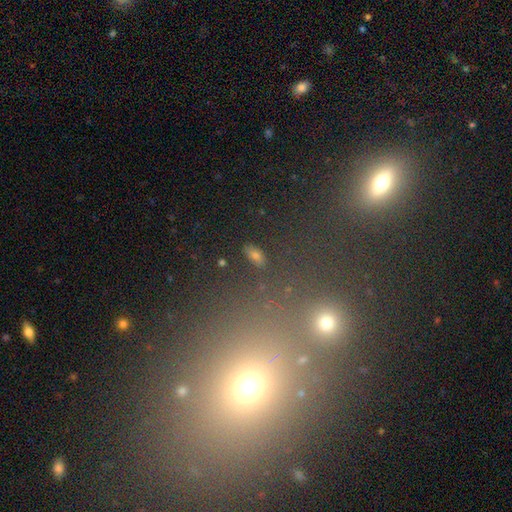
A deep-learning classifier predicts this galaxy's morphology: Smooth or featured: smooth — 65% (star or artifact — 24%)
How rounded: in between — 84% (cigar-shaped — 9%)
Merging: none — 84% (minor disturbance — 9%)